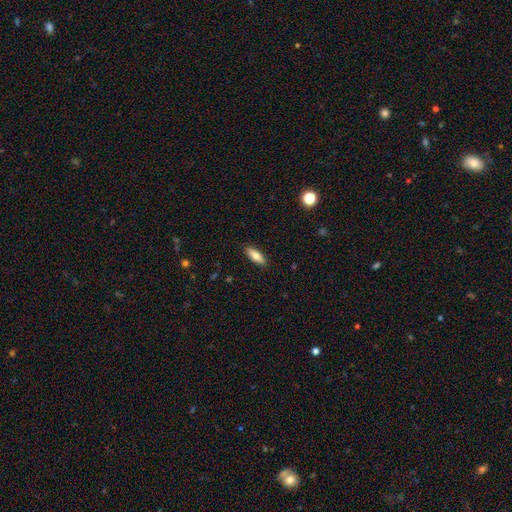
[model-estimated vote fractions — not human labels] Morphology: type=smooth (79%); roundness=in between (63%); merging=none (90%).